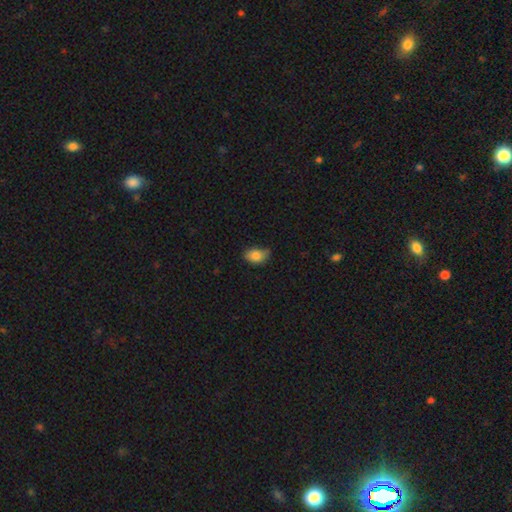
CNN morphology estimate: A smooth galaxy with no disk features (83%) that is in between round and cigar-shaped (83%). Merging: none (55%).